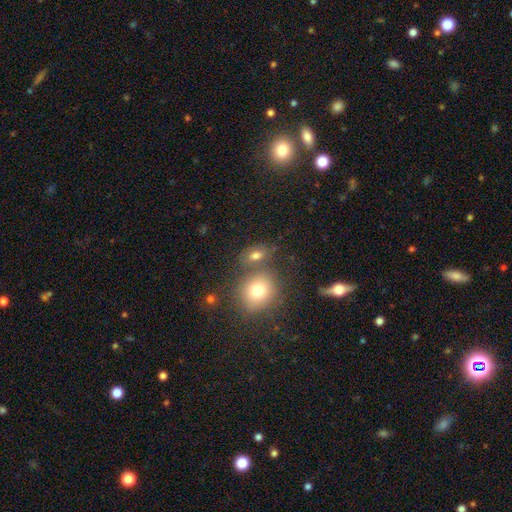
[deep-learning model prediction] Smooth or featured? smooth (74%)
How rounded? in between (69%)
Merging? none (59%)